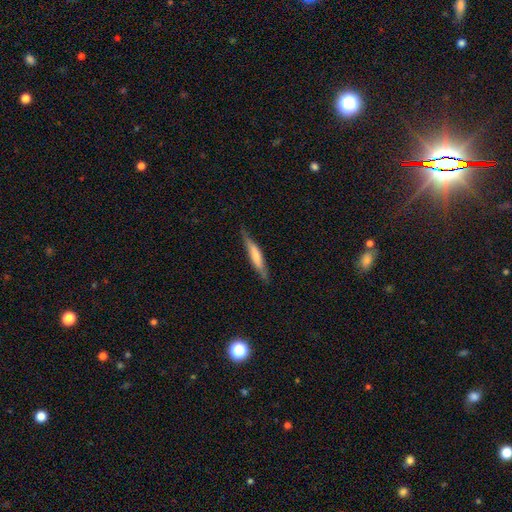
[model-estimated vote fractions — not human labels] A smooth galaxy with no disk features (56%) that is cigar-shaped (89%). Merging: none (79%).